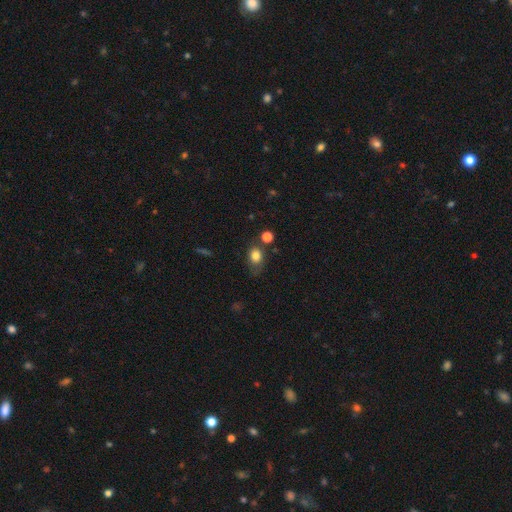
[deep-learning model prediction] Smooth or featured? smooth (80%)
How rounded? in between (53%)
Merging? none (58%)